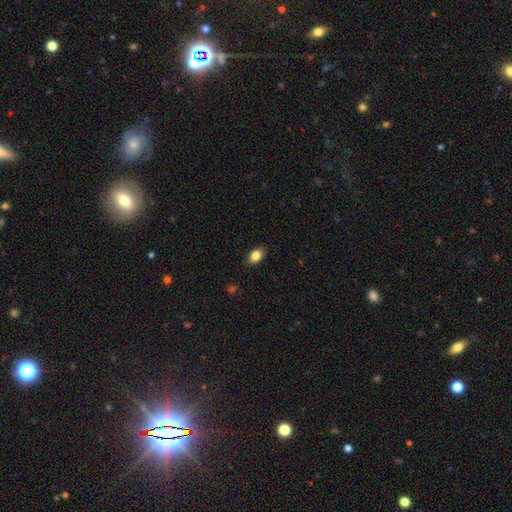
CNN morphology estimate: Smooth or featured? smooth (84%)
How rounded? in between (81%)
Merging? none (86%)